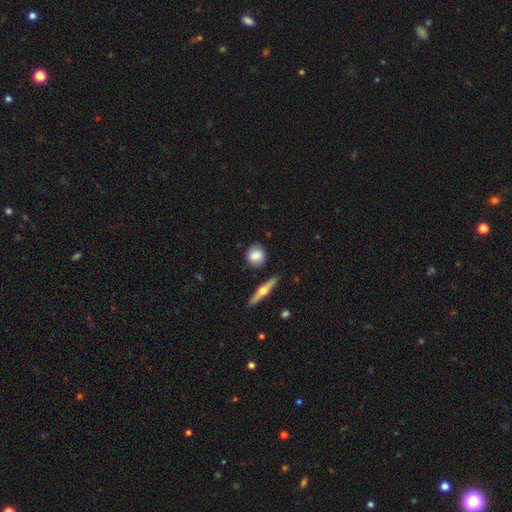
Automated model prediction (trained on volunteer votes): smooth_or_featured: smooth (p=0.77) [alt: featured or disk p=0.16]
how_rounded: round (p=0.78) [alt: in between p=0.18]
merging: none (p=0.83) [alt: minor disturbance p=0.11]